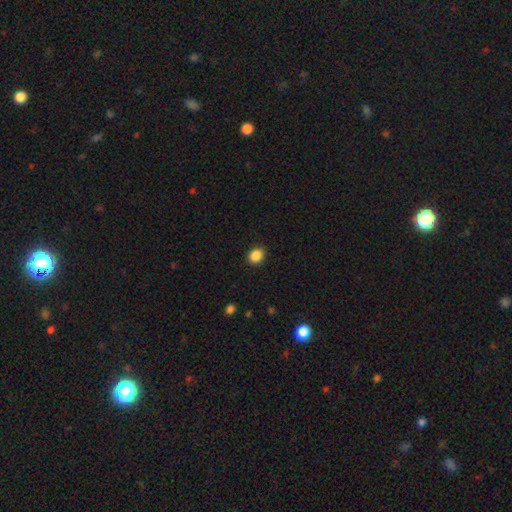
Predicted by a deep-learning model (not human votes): This is clearly a smooth galaxy (88%). How rounded: possibly round (54%). Merging: clearly none (90%).